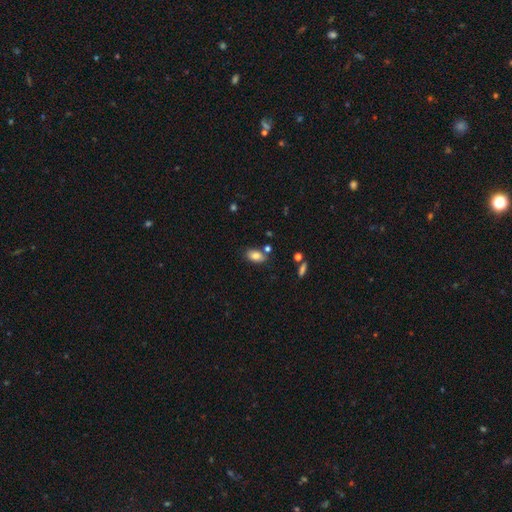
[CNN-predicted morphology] Smooth or featured: smooth — 82% (featured or disk — 9%)
How rounded: in between — 91% (round — 7%)
Merging: none — 73% (minor disturbance — 14%)